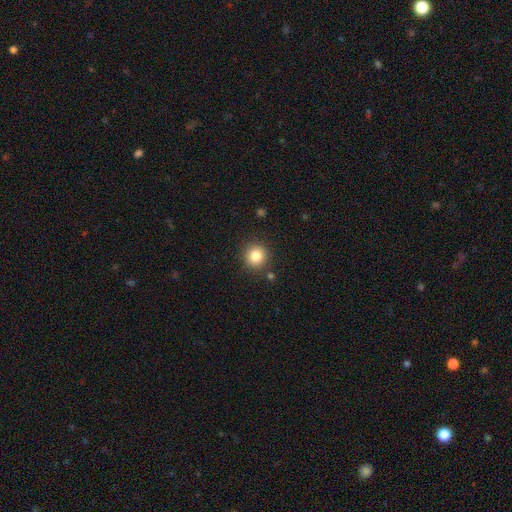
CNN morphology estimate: A smooth galaxy with no disk features (83%) that is round (93%). Merging: none (88%).